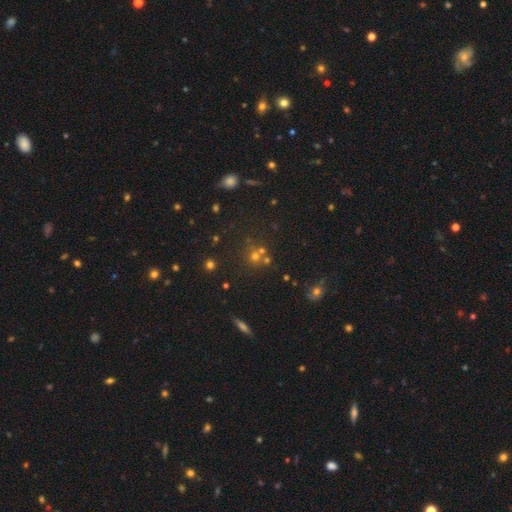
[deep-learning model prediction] Morphology: type=smooth (48%); merging=none (63%).